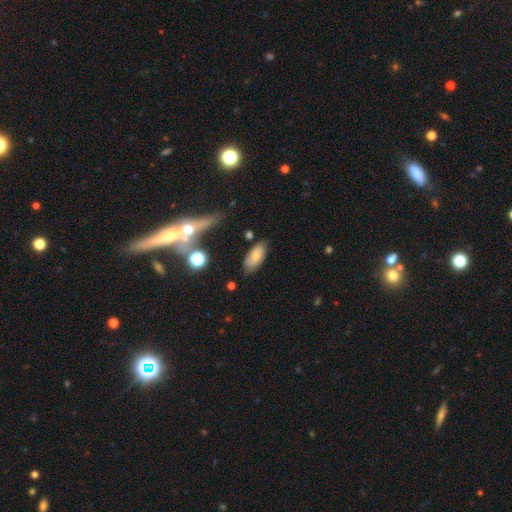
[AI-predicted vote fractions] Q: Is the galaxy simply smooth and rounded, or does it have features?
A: smooth — 68%.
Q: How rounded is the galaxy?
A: in between — 90%.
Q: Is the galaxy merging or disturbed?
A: none — 72%.